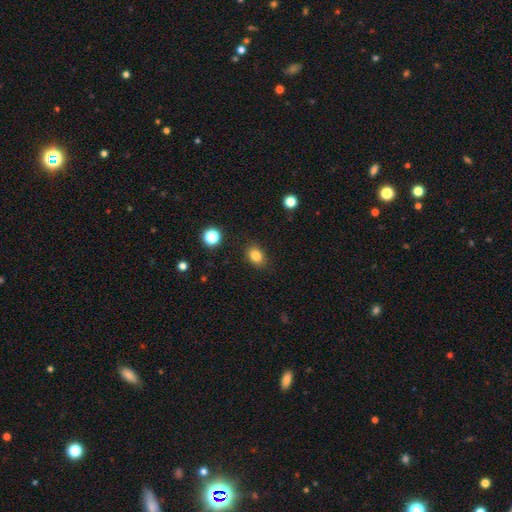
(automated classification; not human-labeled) Smooth or featured? smooth (83%)
How rounded? in between (67%)
Merging? none (86%)